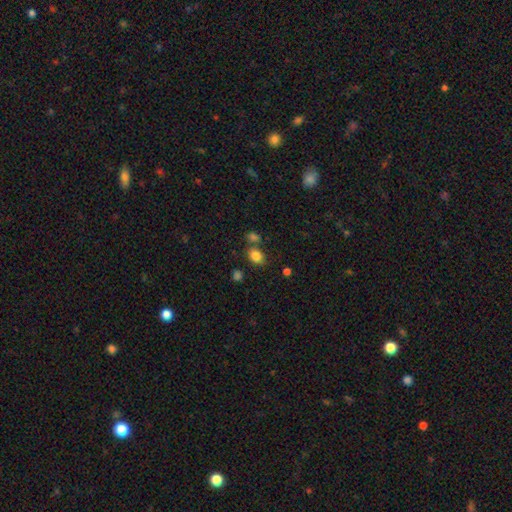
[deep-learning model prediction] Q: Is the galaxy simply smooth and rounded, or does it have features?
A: smooth — 83%.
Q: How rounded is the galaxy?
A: in between — 71%.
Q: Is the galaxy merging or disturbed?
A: none — 66%.